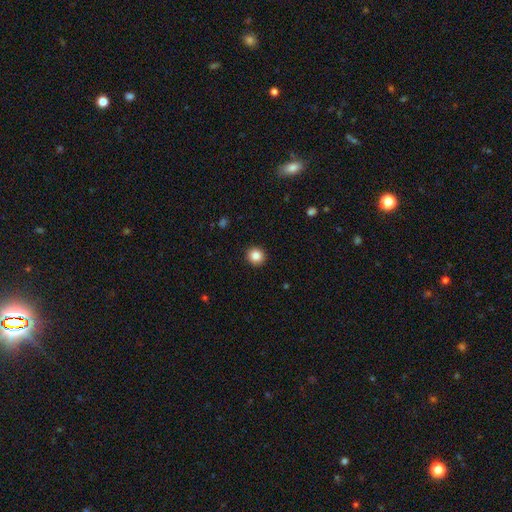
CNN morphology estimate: smooth 85%, star or artifact 10%, featured or disk 4%. Down the decision tree: how rounded — round (90%); merging — none (93%).